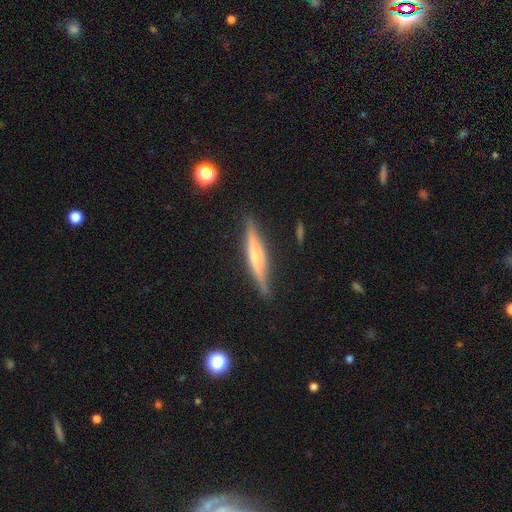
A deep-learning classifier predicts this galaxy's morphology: type=featured or disk (66%); edge-on=yes (96%); edge-on bulge=rounded (49%); merging=none (87%).